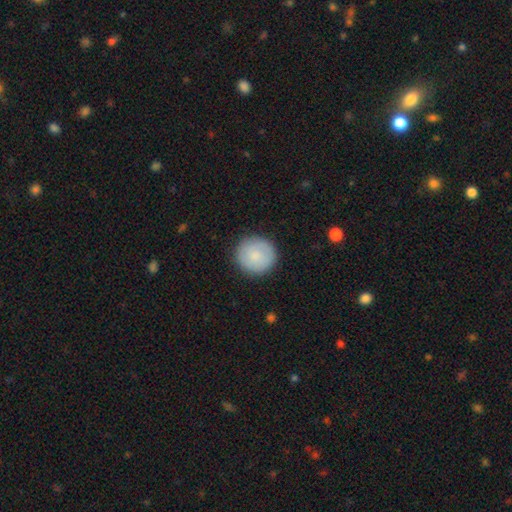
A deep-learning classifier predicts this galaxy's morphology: This appears to be a smooth galaxy with no disk features (82%) that is round (93%). Merging: none (89%).